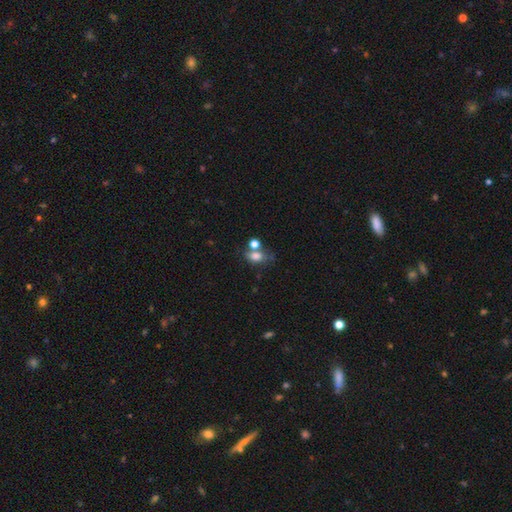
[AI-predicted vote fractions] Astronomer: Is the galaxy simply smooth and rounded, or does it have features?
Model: smooth — 75%.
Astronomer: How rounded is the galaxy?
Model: in between — 74%.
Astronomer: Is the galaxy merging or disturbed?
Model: none — 42% (runner-up: merger, 31%).